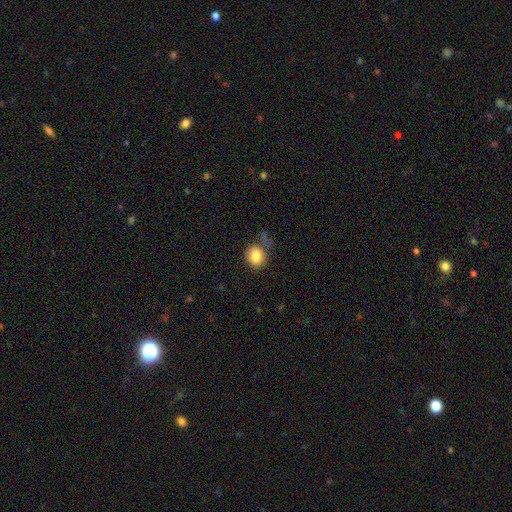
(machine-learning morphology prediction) A smooth galaxy with no disk features (85%) that is round (60%).

Vote fractions:
- Smooth or featured? smooth: 85% / star or artifact: 9% / featured or disk: 7%
- How rounded? round: 60% / in between: 39% / cigar-shaped: 1%
- Merging? none: 65% / minor disturbance: 18% / merger: 10% / major disturbance: 8%